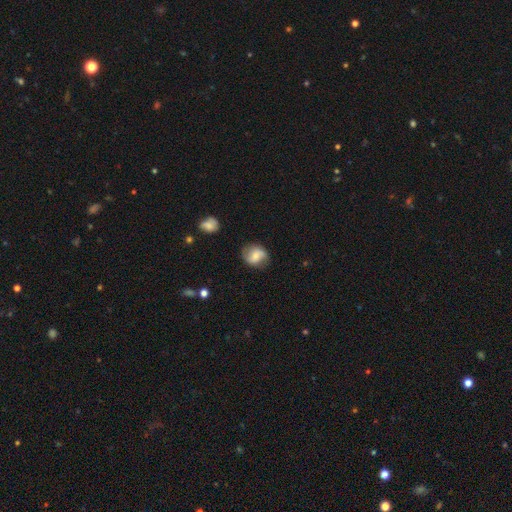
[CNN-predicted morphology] A smooth galaxy with no disk features (50%) that is round (66%). Merging: none (74%).